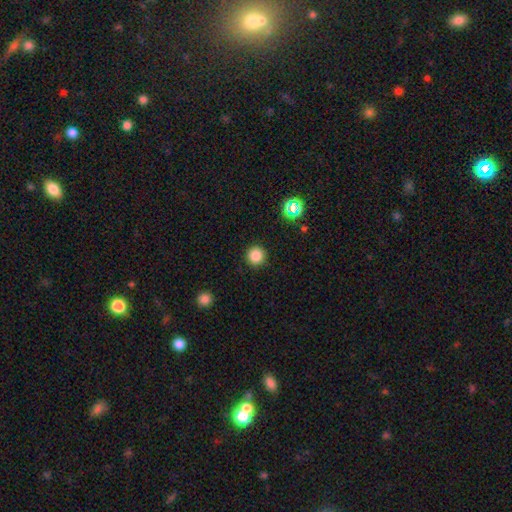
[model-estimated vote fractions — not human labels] Overall: smooth (84%). How rounded: round (95%). Merging: none (92%).